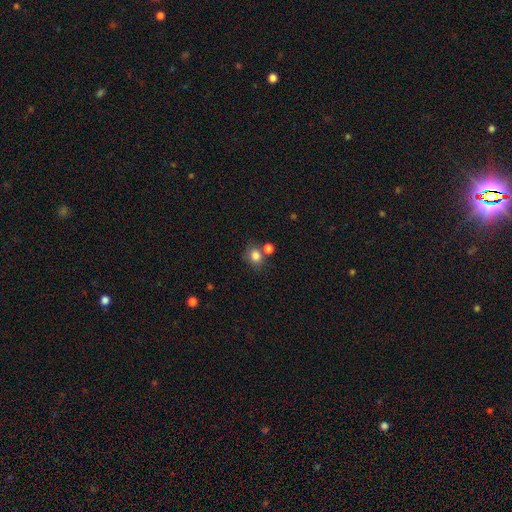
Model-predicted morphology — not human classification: The model was most divided on "merging": none: 60%, merger: 22%, minor disturbance: 13%, major disturbance: 5%. More confident: smooth or featured — smooth (82%); how rounded — round (71%).